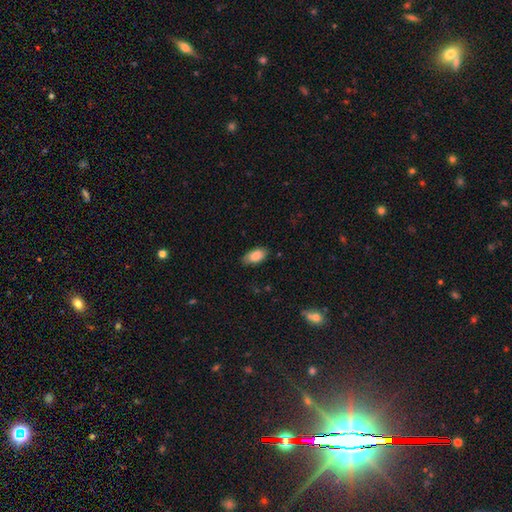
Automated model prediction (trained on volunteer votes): Smooth or featured: smooth — 86% (featured or disk — 7%)
How rounded: in between — 93% (cigar-shaped — 4%)
Merging: none — 80% (minor disturbance — 16%)